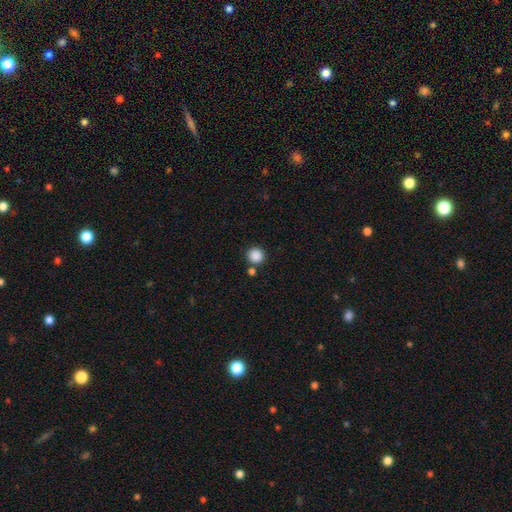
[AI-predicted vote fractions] Overall: smooth (87%). How rounded: round (93%). Merging: none (80%).